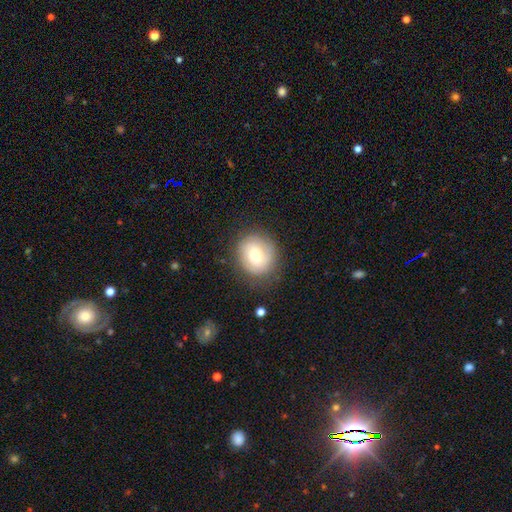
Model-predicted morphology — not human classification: This is possibly a smooth galaxy (57%). How rounded: likely round (73%). Merging: likely none (77%).